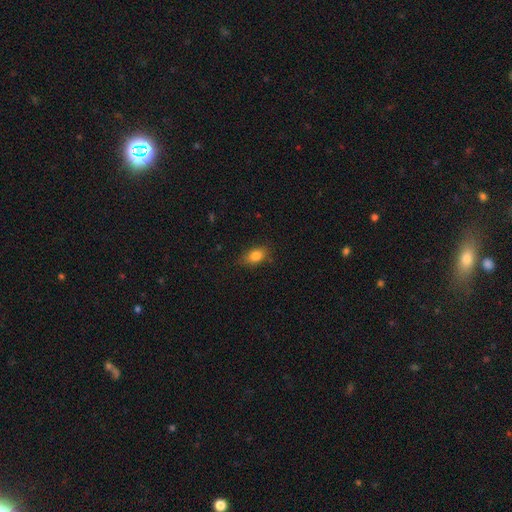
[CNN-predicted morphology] smooth 82%, star or artifact 9%, featured or disk 9%. Down the decision tree: how rounded — in between (82%); merging — none (77%).